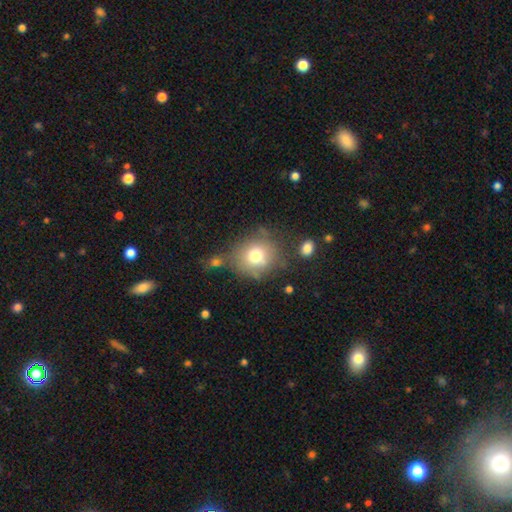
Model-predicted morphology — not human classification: This is likely a smooth galaxy (73%). How rounded: likely round (77%). Merging: likely none (64%).